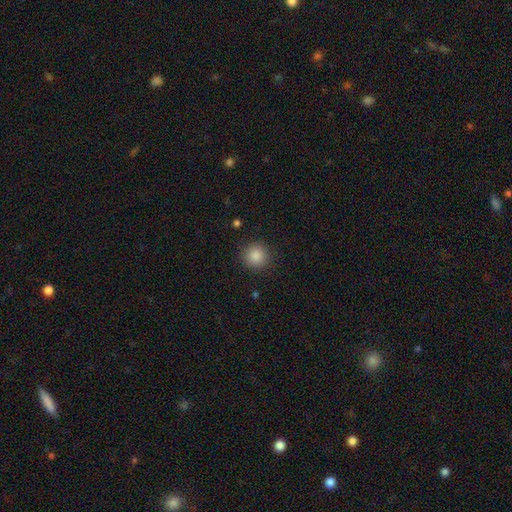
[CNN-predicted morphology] The model was most divided on "smooth or featured": smooth: 87%, star or artifact: 10%, featured or disk: 4%. More confident: how rounded — round (94%); merging — none (91%).